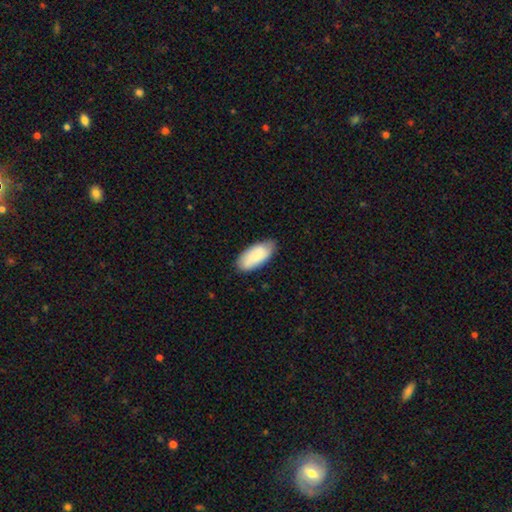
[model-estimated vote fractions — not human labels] Overall: smooth (84%). How rounded: in between (90%). Merging: none (75%).